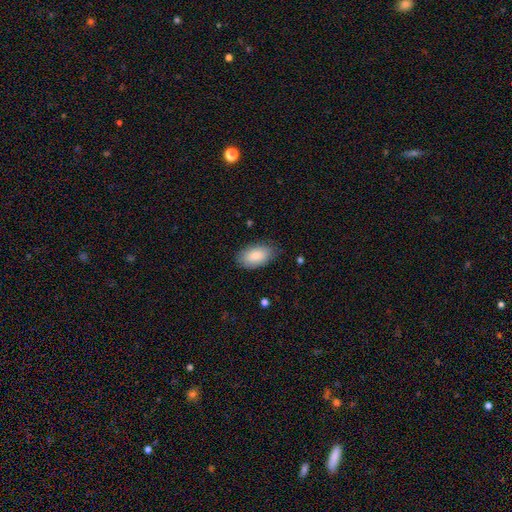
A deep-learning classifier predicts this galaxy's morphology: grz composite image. It shows a smooth galaxy with no disk features (83%) that is in between round and cigar-shaped (94%). Merging: none (80%).